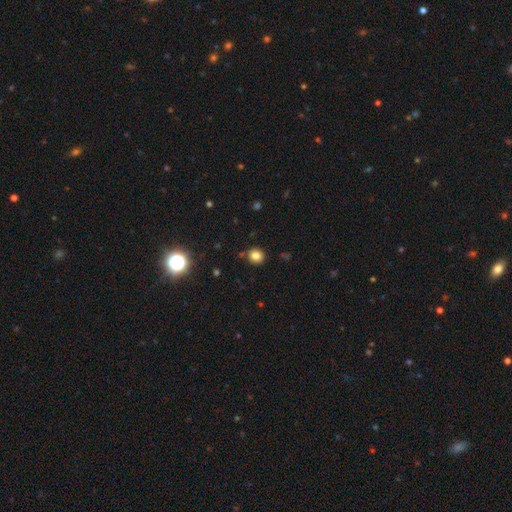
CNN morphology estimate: This appears to be a smooth galaxy with no disk features (80%) that is round (84%). Merging: none (84%).